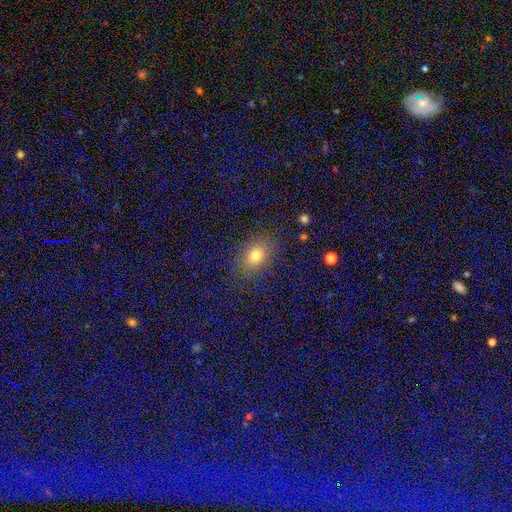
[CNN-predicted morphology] Overall: smooth (73%). How rounded: in between (71%). Merging: none (84%).